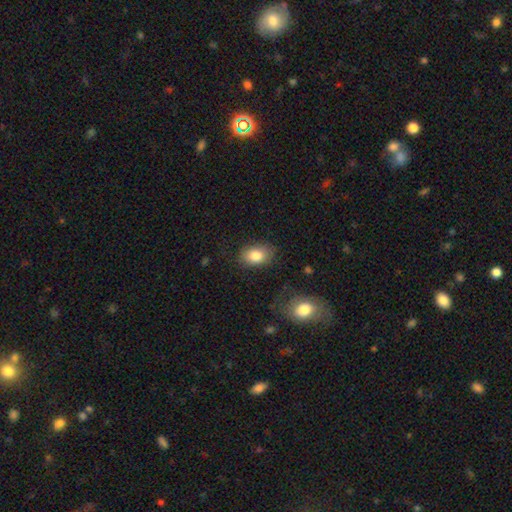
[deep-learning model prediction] A smooth galaxy with no disk features (83%) that is in between round and cigar-shaped (80%).

Vote fractions:
- Smooth or featured? smooth: 83% / featured or disk: 9% / star or artifact: 8%
- How rounded? in between: 80% / round: 19% / cigar-shaped: 1%
- Merging? none: 80% / minor disturbance: 14% / major disturbance: 4% / merger: 2%